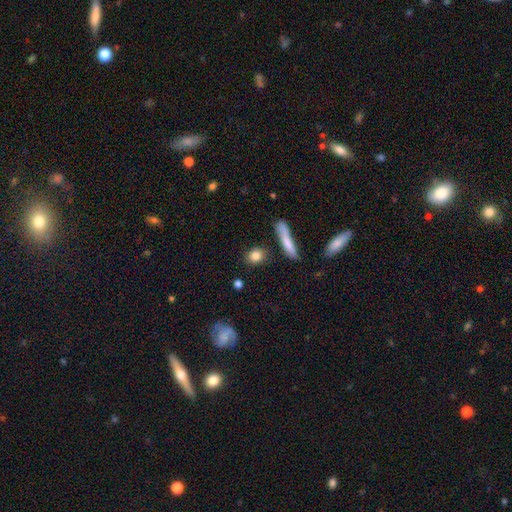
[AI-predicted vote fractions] smooth-or-featured: smooth: 83% | featured or disk: 9% | star or artifact: 8%
  how-rounded: round: 56% | in between: 33% | cigar-shaped: 11%
  merging: none: 83% | minor disturbance: 9% | merger: 4% | major disturbance: 3%